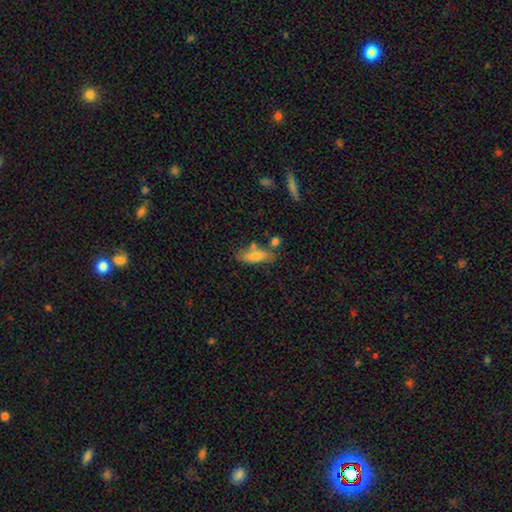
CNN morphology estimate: Smooth or featured?
  - smooth: 69% *
  - featured or disk: 23%
  - star or artifact: 9%
How rounded?
  - in between: 54% *
  - cigar-shaped: 44%
  - round: 3%
Merging?
  - none: 66% *
  - minor disturbance: 18%
  - merger: 11%
  - major disturbance: 5%